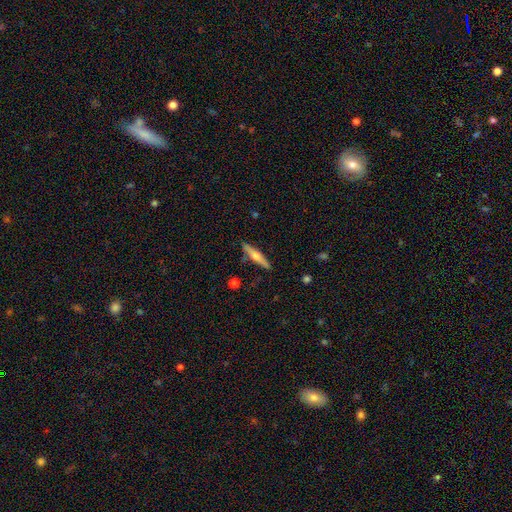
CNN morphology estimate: A featured or disk galaxy (57%) viewed edge-on (95%) with a rounded central bulge (89%).

Vote fractions:
- Smooth or featured? featured or disk: 57% / smooth: 37% / star or artifact: 6%
- Edge-on disk? yes: 95% / no: 5%
- Edge-on bulge? rounded: 89% / none: 7% / boxy: 4%
- Merging? none: 87% / minor disturbance: 9% / merger: 2% / major disturbance: 2%